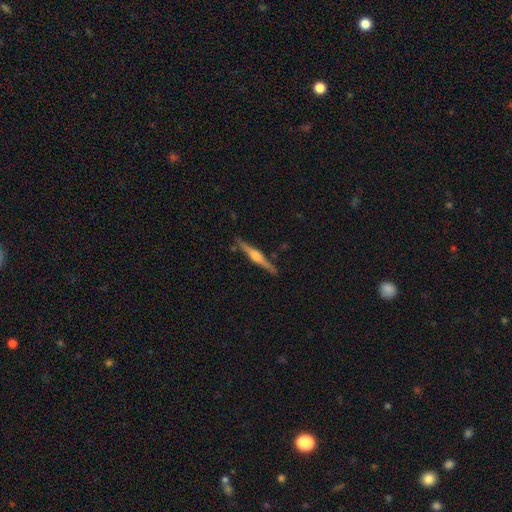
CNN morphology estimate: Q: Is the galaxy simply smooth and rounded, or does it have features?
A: featured or disk — 77%.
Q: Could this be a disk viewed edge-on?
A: yes — 98%.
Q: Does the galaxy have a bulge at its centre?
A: rounded — 83%.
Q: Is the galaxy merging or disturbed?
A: none — 89%.